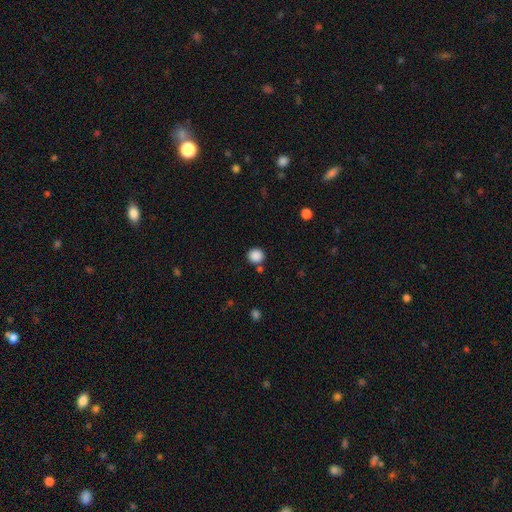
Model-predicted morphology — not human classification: A smooth galaxy with no disk features (87%) that is round (91%). Merging: none (80%).